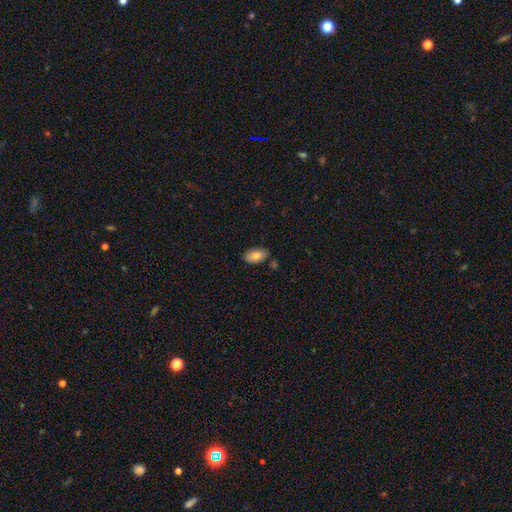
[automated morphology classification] smooth_or_featured: smooth (p=0.79) [alt: featured or disk p=0.14]
how_rounded: in between (p=0.93) [alt: round p=0.05]
merging: none (p=0.81) [alt: minor disturbance p=0.14]